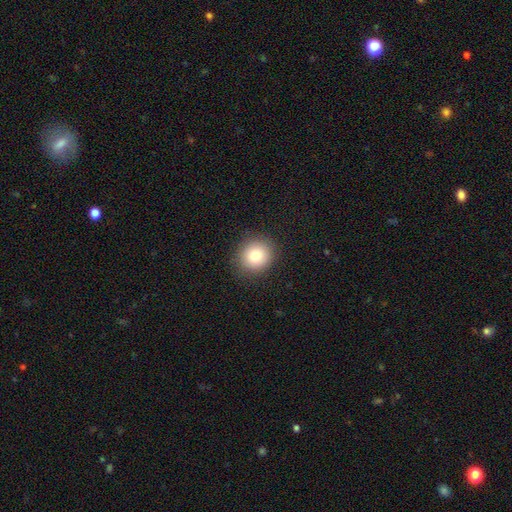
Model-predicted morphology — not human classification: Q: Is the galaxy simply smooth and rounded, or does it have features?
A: smooth — 81%.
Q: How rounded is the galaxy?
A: round — 89%.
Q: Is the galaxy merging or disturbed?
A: none — 89%.